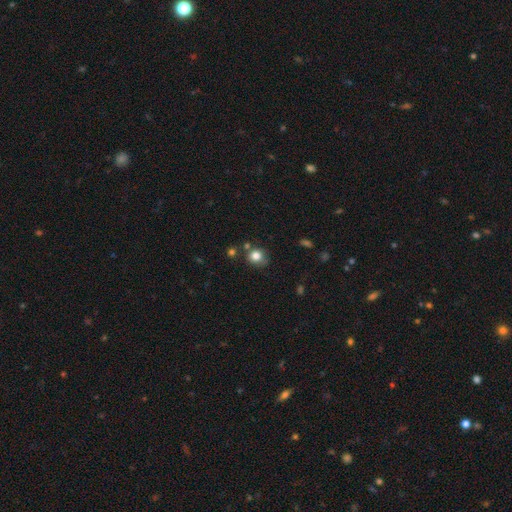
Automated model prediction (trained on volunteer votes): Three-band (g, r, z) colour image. It shows a smooth galaxy with no disk features (81%) that is round (80%). Merging: none (69%).